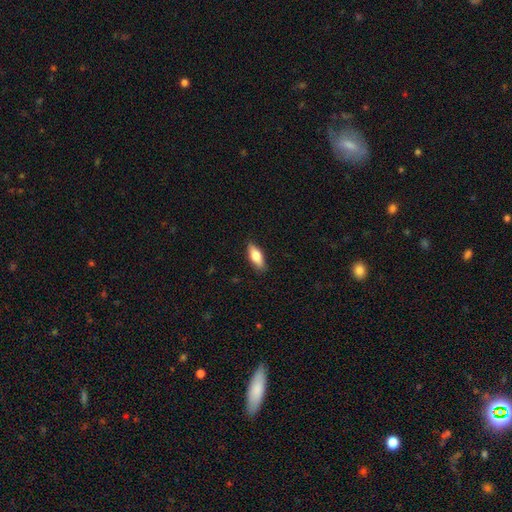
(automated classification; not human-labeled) Smooth or featured? Predicted: smooth (p=0.73). How rounded? Predicted: in between (p=0.70). Merging? Predicted: none (p=0.87).